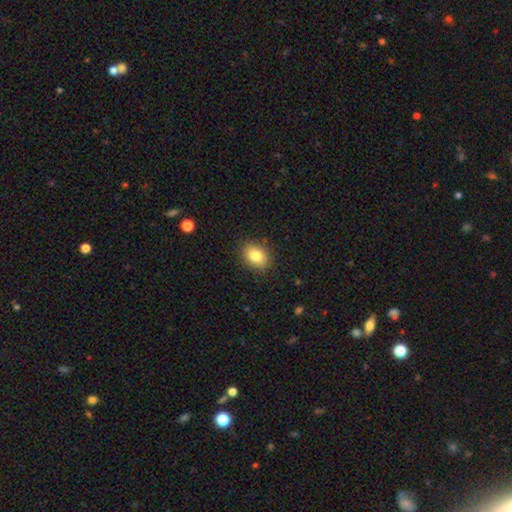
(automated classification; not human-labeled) This is clearly a smooth galaxy (84%). How rounded: likely in between (76%). Merging: clearly none (87%).